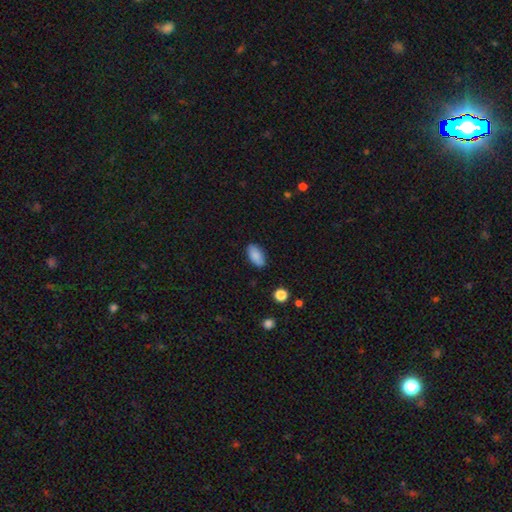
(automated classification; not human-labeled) smooth-or-featured: smooth: 87% | star or artifact: 8% | featured or disk: 6%
  how-rounded: in between: 92% | cigar-shaped: 5% | round: 3%
  merging: none: 81% | minor disturbance: 14% | major disturbance: 3% | merger: 2%